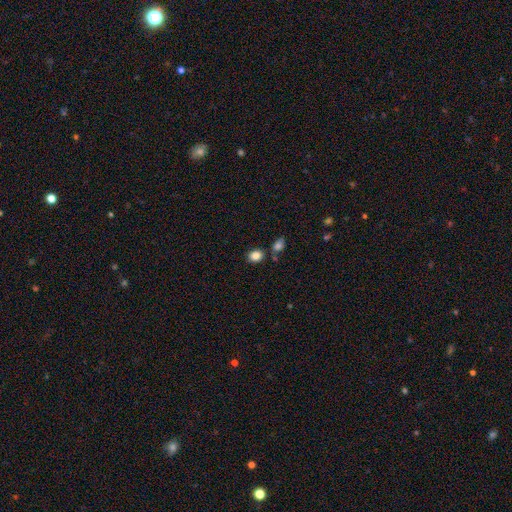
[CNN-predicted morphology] type=smooth (85%); roundness=in between (58%); merging=none (73%).